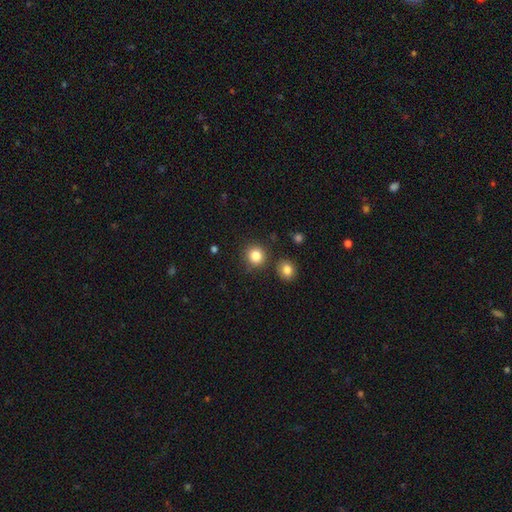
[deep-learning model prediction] A smooth galaxy with no disk features (85%) that is round (90%).

Vote fractions:
- Smooth or featured? smooth: 85% / star or artifact: 10% / featured or disk: 5%
- How rounded? round: 90% / in between: 9% / cigar-shaped: 1%
- Merging? none: 84% / minor disturbance: 8% / merger: 6% / major disturbance: 3%